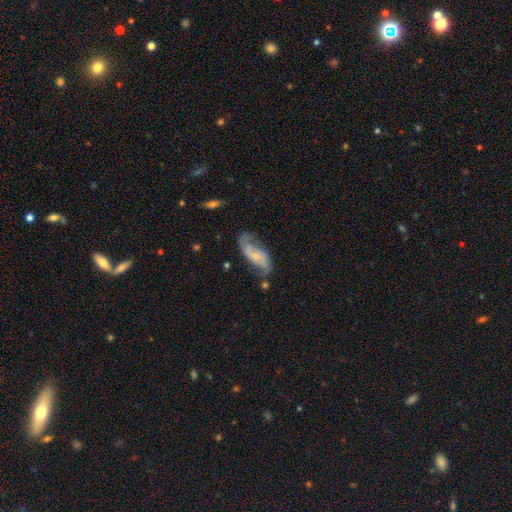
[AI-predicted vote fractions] smooth-or-featured: featured or disk: 73% | smooth: 20% | star or artifact: 6%
  disk-edge-on: no: 93% | yes: 7%
    bar: no: 59% | weak: 30% | strong: 11%
    has-spiral-arms: yes: 90% | no: 10%
      spiral-winding: loose: 55% | medium: 32% | tight: 13%
      spiral-arm-count: 2: 86% | can't tell: 6% | 1: 5% | 3: 1% | 4: 1% | more than 4: 1%
    bulge-size: small: 69% | moderate: 23% | none: 5% | large: 2% | dominant: 1%
  merging: none: 56% | minor disturbance: 25% | major disturbance: 14% | merger: 5%